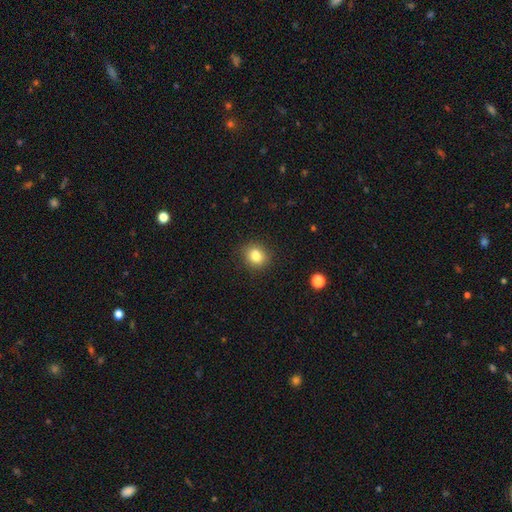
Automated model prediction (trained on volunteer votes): Smooth or featured? Predicted: smooth (p=0.83). How rounded? Predicted: round (p=0.74). Merging? Predicted: none (p=0.86).